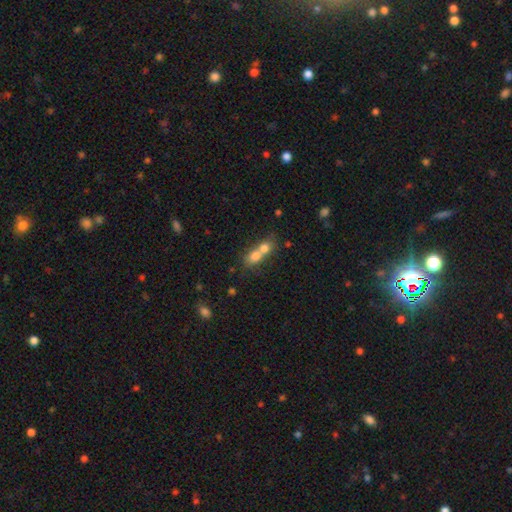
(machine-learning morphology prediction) A smooth galaxy with no disk features (73%) that is in between round and cigar-shaped (55%).

Vote fractions:
- Smooth or featured? smooth: 73% / featured or disk: 17% / star or artifact: 10%
- How rounded? in between: 55% / round: 41% / cigar-shaped: 4%
- Merging? merger: 73% / none: 19% / minor disturbance: 5% / major disturbance: 4%